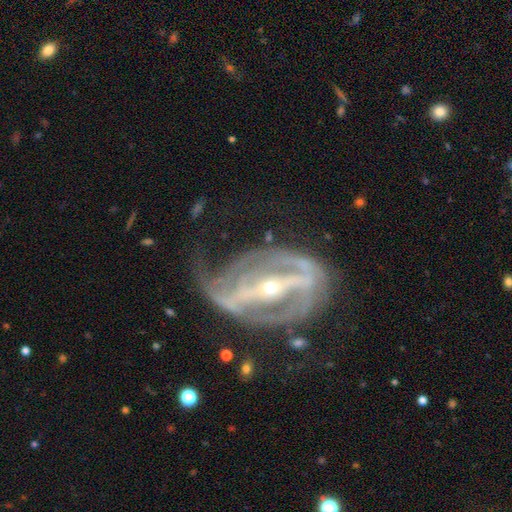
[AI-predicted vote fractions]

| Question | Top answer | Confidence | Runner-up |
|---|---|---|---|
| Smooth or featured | featured or disk | 89% | star or artifact (6%) |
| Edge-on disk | no | 92% | yes (8%) |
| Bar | strong | 81% | weak (13%) |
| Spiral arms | yes | 88% | no (12%) |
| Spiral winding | medium | 39% | tight (36%) |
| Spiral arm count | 2 | 62% | can't tell (17%) |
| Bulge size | small | 63% | moderate (33%) |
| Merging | none | 45% | major disturbance (29%) |